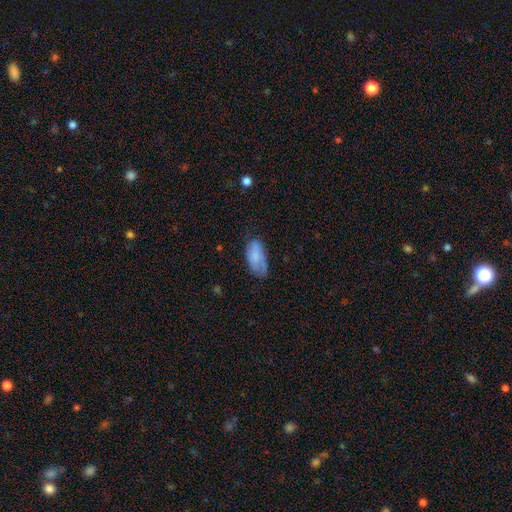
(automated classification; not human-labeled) Q: Smooth or featured?
A: smooth (72%); runner-up: featured or disk (21%)
Q: How rounded?
A: in between (91%); runner-up: cigar-shaped (6%)
Q: Merging?
A: none (51%); runner-up: minor disturbance (33%)